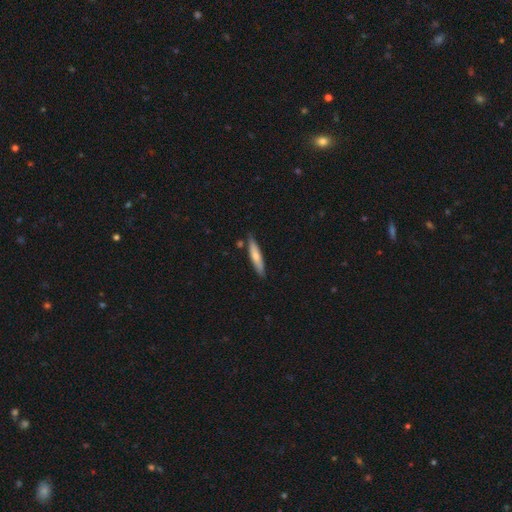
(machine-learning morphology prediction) Overall: smooth (67%). How rounded: cigar-shaped (87%). Merging: none (83%).